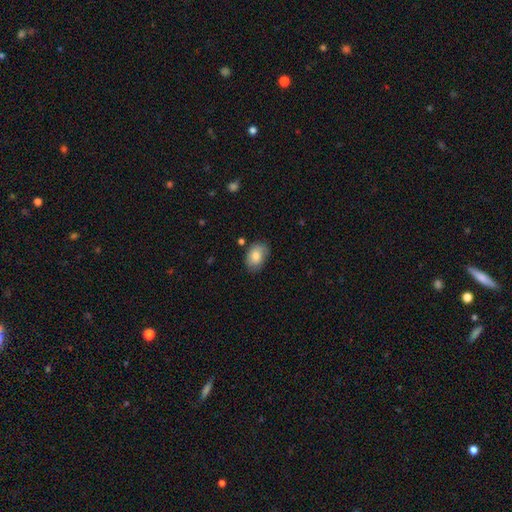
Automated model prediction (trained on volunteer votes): This appears to be a smooth galaxy with no disk features (80%) that is in between round and cigar-shaped (83%). Merging: none (75%).